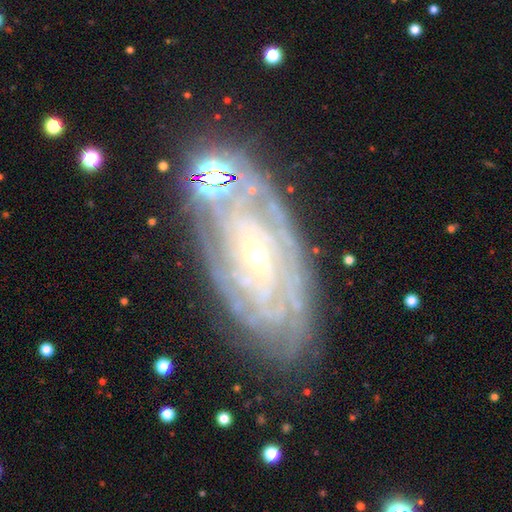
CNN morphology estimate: Smooth or featured? Predicted: featured or disk (p=0.85). Edge-on disk? Predicted: no (p=0.92). Bar? Predicted: no (p=0.54). Spiral arms? Predicted: yes (p=0.93). Spiral winding? Predicted: tight (p=0.79). Spiral arm count? Predicted: can't tell (p=0.42). Bulge size? Predicted: small (p=0.80). Merging? Predicted: none (p=0.73).